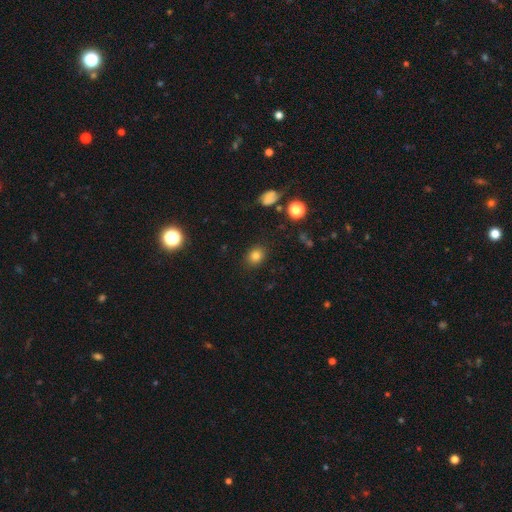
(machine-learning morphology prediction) smooth 81%, star or artifact 13%, featured or disk 6%. Down the decision tree: how rounded — round (58%); merging — none (87%).